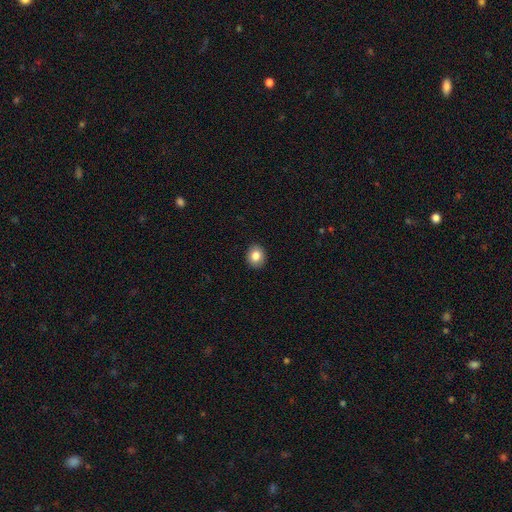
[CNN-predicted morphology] Q: Smooth or featured?
A: smooth (84%); runner-up: star or artifact (9%)
Q: How rounded?
A: round (63%); runner-up: in between (36%)
Q: Merging?
A: none (91%); runner-up: minor disturbance (7%)